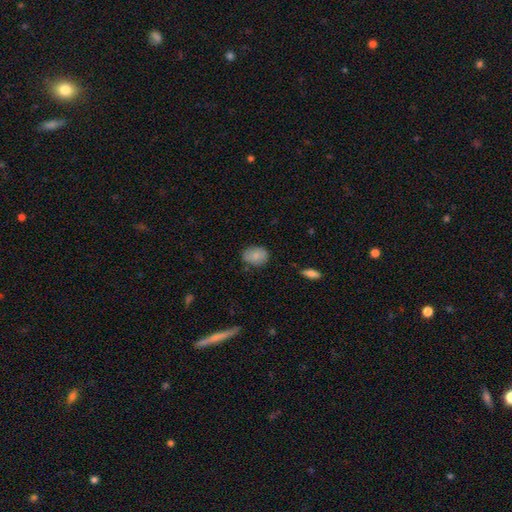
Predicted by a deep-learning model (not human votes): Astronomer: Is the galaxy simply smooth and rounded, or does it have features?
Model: smooth — 84%.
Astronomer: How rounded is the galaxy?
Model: in between — 66%.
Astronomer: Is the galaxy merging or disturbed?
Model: none — 75%.